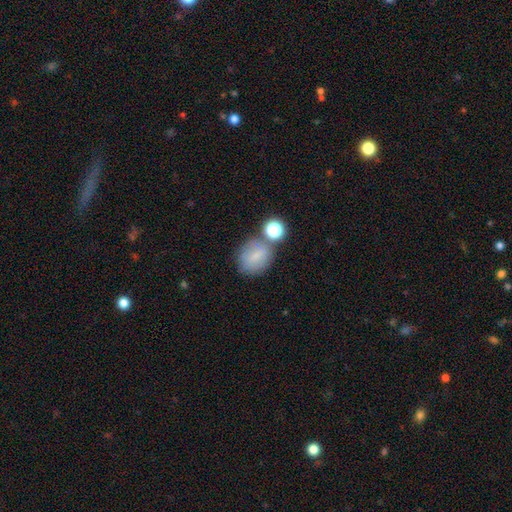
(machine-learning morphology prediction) smooth_or_featured: smooth (p=0.64) [alt: featured or disk p=0.23]
how_rounded: round (p=0.67) [alt: in between p=0.32]
merging: none (p=0.55) [alt: merger p=0.21]